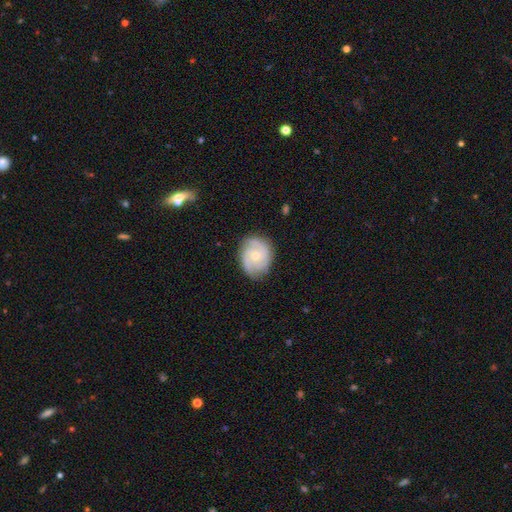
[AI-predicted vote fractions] A featured or disk galaxy (76%) with no bar (68%), 2 (46%) tight (47%) spiral arms (95%) and a small central bulge (59%).

Vote fractions:
- Smooth or featured? featured or disk: 76% / smooth: 19% / star or artifact: 6%
- Edge-on disk? no: 98% / yes: 2%
- Bar? no: 68% / weak: 28% / strong: 4%
- Spiral arms? yes: 95% / no: 5%
- Spiral winding? tight: 47% / medium: 43% / loose: 10%
- Spiral arm count? 2: 46% / 3: 29% / can't tell: 14% / 4: 4% / 1: 4% / more than 4: 3%
- Bulge size? small: 59% / moderate: 37% / none: 2% / large: 1% / dominant: 1%
- Merging? none: 80% / minor disturbance: 15% / major disturbance: 4% / merger: 1%